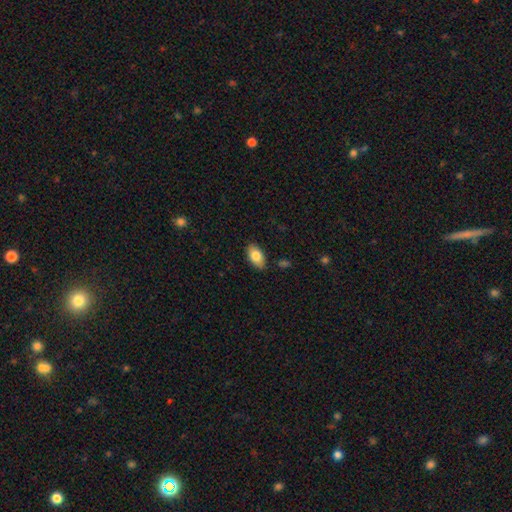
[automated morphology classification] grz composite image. It shows a smooth galaxy with no disk features (82%) that is in between round and cigar-shaped (93%). Merging: none (86%).